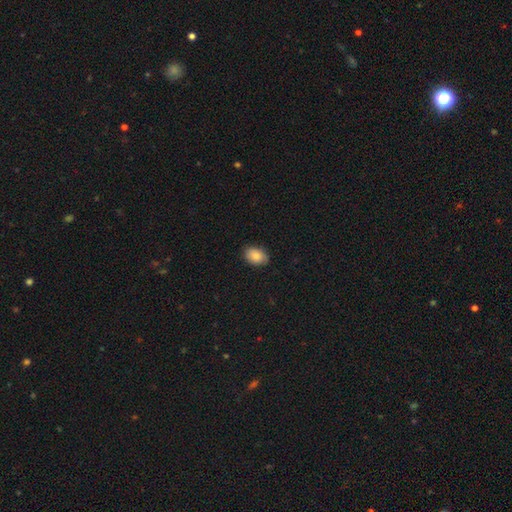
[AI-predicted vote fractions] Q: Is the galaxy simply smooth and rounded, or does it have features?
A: smooth — 87%.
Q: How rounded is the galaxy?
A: in between — 84%.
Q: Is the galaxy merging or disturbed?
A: none — 84%.